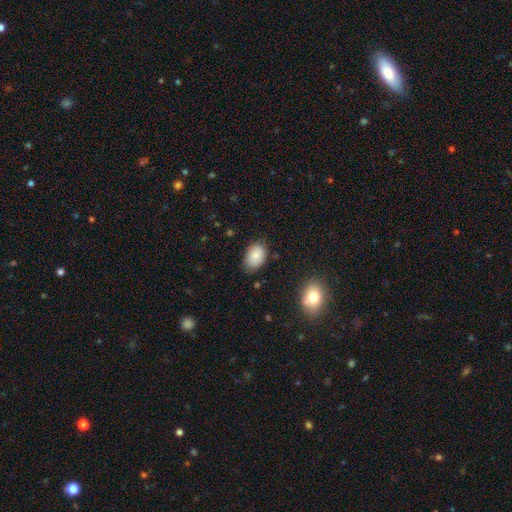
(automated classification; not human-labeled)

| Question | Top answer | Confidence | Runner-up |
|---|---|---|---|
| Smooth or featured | smooth | 84% | star or artifact (8%) |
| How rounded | in between | 82% | round (17%) |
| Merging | none | 74% | minor disturbance (20%) |